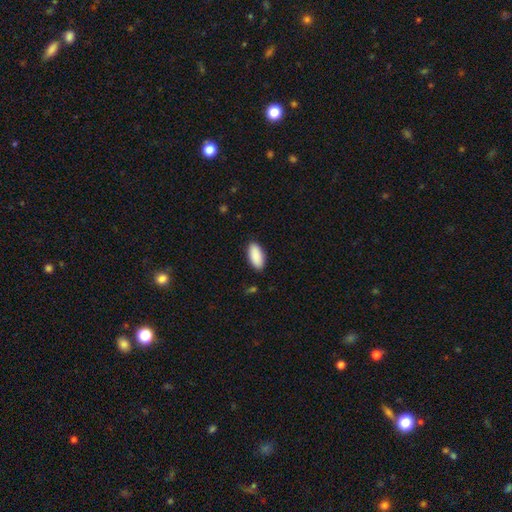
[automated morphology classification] smooth_or_featured: smooth (p=0.91) [alt: star or artifact p=0.06]
how_rounded: in between (p=0.92) [alt: cigar-shaped p=0.07]
merging: none (p=0.88) [alt: minor disturbance p=0.09]